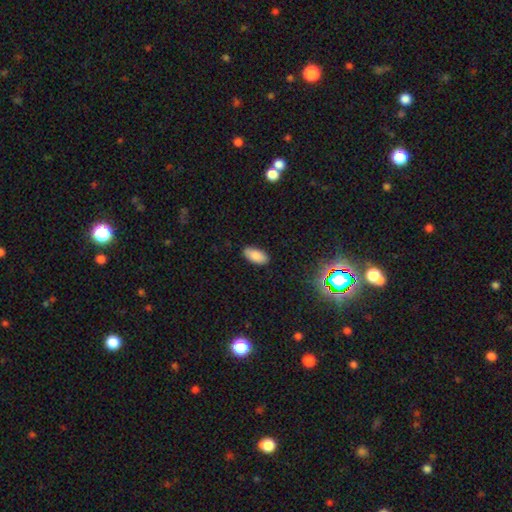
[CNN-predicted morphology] Smooth or featured?
  - smooth: 86% *
  - star or artifact: 8%
  - featured or disk: 5%
How rounded?
  - in between: 92% *
  - cigar-shaped: 6%
  - round: 2%
Merging?
  - none: 87% *
  - minor disturbance: 10%
  - major disturbance: 2%
  - merger: 1%